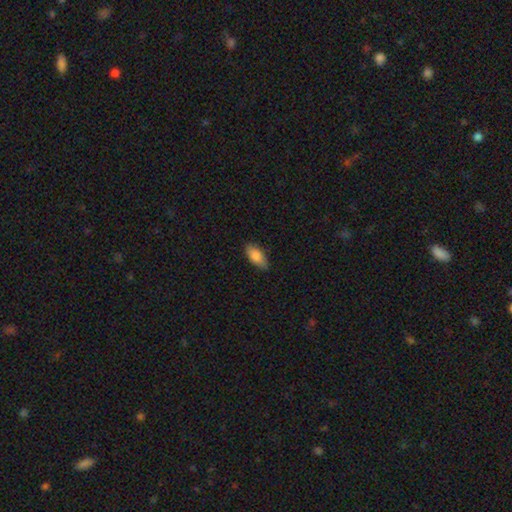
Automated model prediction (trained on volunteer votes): A smooth galaxy with no disk features (81%) that is in between round and cigar-shaped (87%). Merging: none (83%).